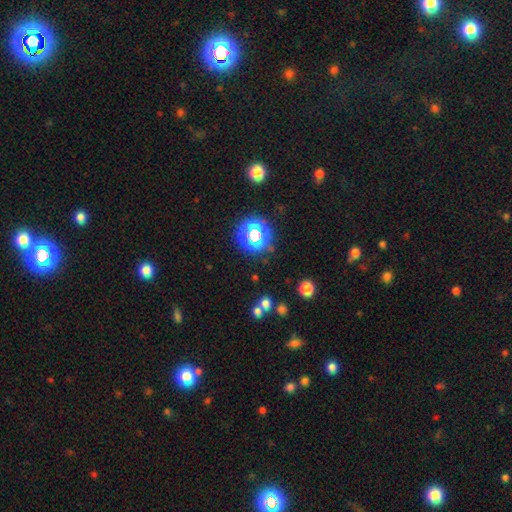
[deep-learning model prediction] Overall: star or artifact (52%; smooth 41%).